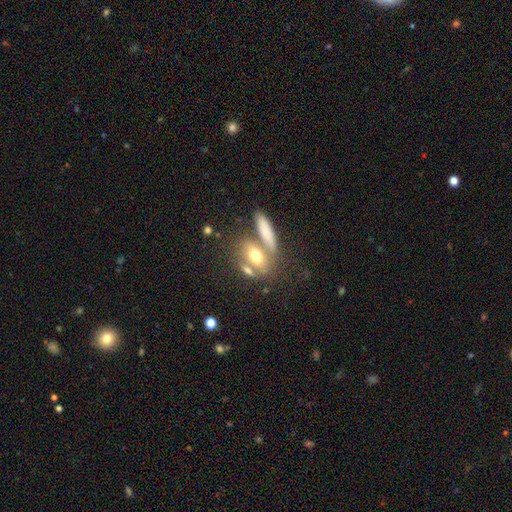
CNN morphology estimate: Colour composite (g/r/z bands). It shows a smooth galaxy with no disk features (60%) that is in between round and cigar-shaped (63%). Merging: none (47%).